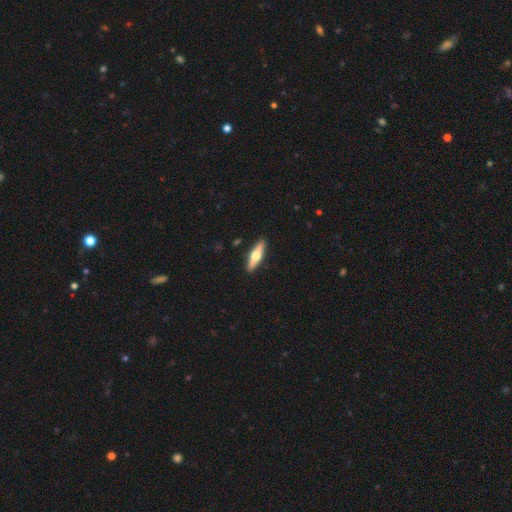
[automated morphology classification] Smooth or featured? Predicted: featured or disk (p=0.53). Edge-on disk? Predicted: yes (p=0.94). Edge-on bulge? Predicted: rounded (p=0.95). Merging? Predicted: none (p=0.91).